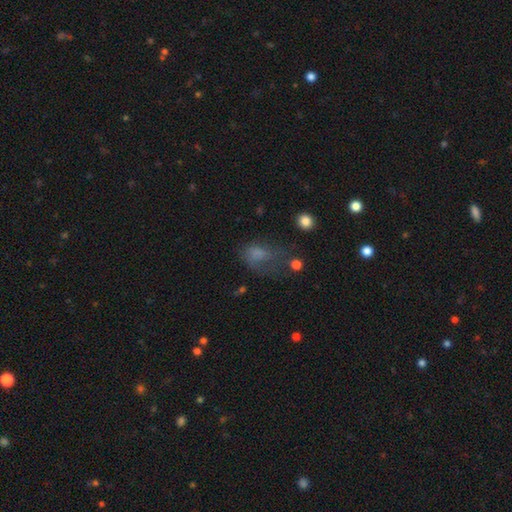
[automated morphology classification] Smooth or featured: smooth — 60% (featured or disk — 21%)
How rounded: in between — 73% (round — 25%)
Merging: major disturbance — 43% (none — 29%)